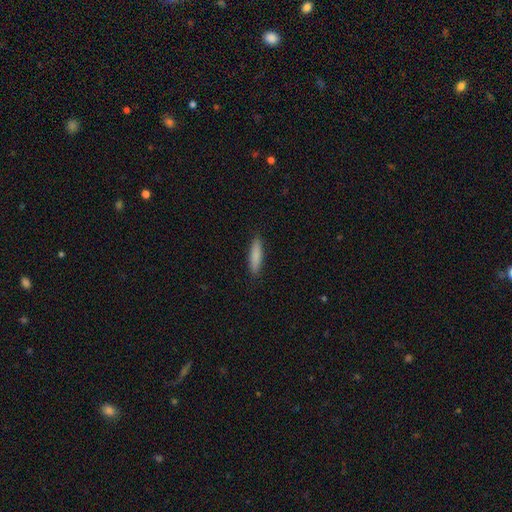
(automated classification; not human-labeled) Q: Smooth or featured?
A: smooth (85%); runner-up: featured or disk (9%)
Q: How rounded?
A: cigar-shaped (78%); runner-up: in between (21%)
Q: Merging?
A: none (89%); runner-up: minor disturbance (8%)